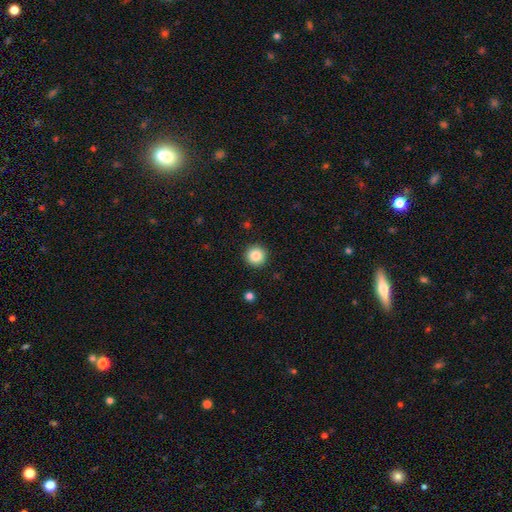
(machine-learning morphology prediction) Smooth or featured: smooth — 86% (star or artifact — 10%)
How rounded: round — 96% (in between — 3%)
Merging: none — 92% (minor disturbance — 5%)